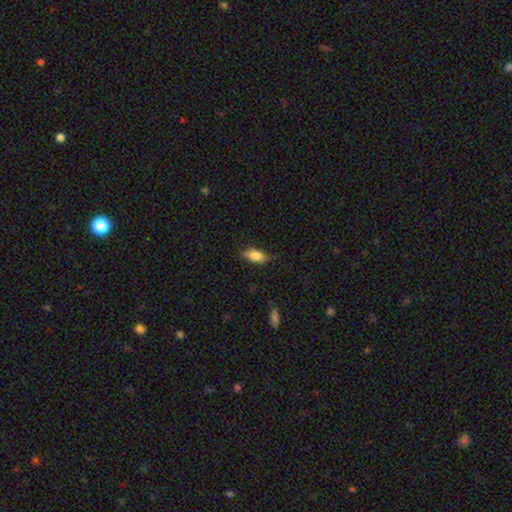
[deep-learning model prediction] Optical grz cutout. It shows a smooth galaxy with no disk features (79%) that is in between round and cigar-shaped (82%). Merging: none (74%).